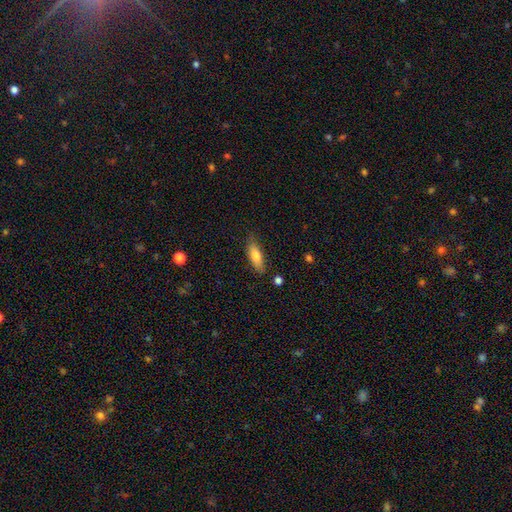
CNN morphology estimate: A smooth galaxy with no disk features (77%) that is in between round and cigar-shaped (64%). Merging: none (79%).